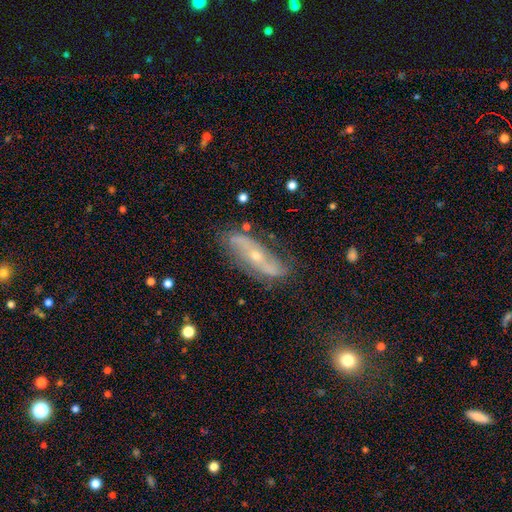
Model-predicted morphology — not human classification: Q: Smooth or featured?
A: featured or disk (77%); runner-up: smooth (15%)
Q: Edge-on disk?
A: no (80%); runner-up: yes (20%)
Q: Bar?
A: no (61%); runner-up: weak (24%)
Q: Spiral arms?
A: yes (87%); runner-up: no (13%)
Q: Spiral winding?
A: loose (51%); runner-up: medium (30%)
Q: Spiral arm count?
A: 2 (83%); runner-up: can't tell (10%)
Q: Bulge size?
A: small (66%); runner-up: moderate (31%)
Q: Merging?
A: none (73%); runner-up: minor disturbance (18%)